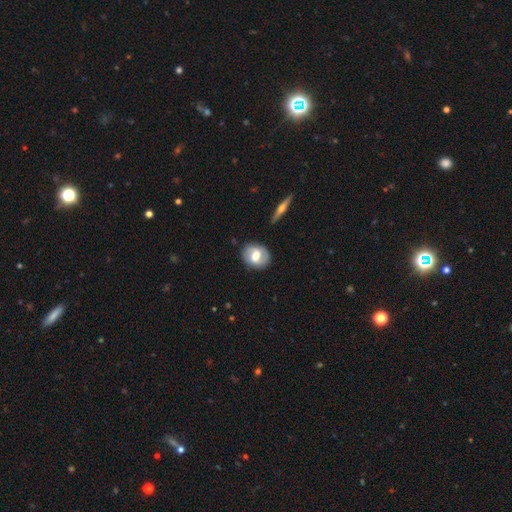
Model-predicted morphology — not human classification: The model was most divided on "smooth or featured": featured or disk: 52%, smooth: 42%, star or artifact: 6%. More confident: edge-on disk — no (91%); merging — none (82%).